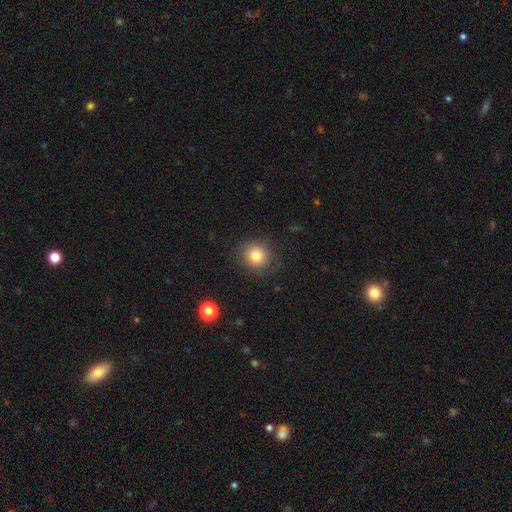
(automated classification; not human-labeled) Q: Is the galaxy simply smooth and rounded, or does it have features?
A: smooth — 80%.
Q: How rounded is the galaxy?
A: round — 89%.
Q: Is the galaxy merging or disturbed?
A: none — 86%.